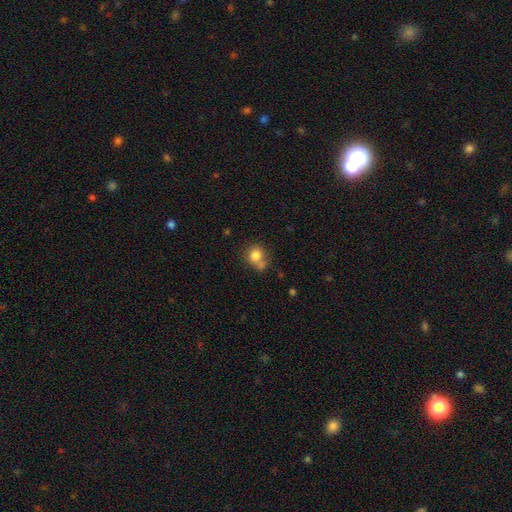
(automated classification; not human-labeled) Morphology: type=smooth (81%); roundness=round (80%); merging=none (53%).